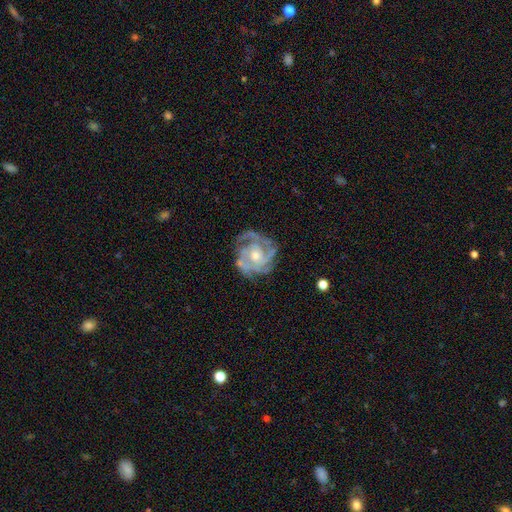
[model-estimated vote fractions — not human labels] This is clearly a featured or disk galaxy (89%). It is clearly not viewed edge-on (98%). Bar: likely no (70%). Spiral arm pattern: clearly yes (97%). Spiral arm count: marginally 3 (41%). Spiral winding: likely tight (64%). Central bulge: possibly moderate (58%). Merging: likely none (72%).